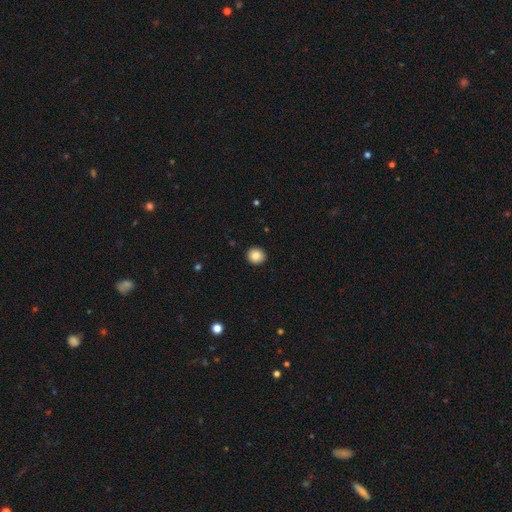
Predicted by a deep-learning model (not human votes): The model was most divided on "how rounded": round: 86%, in between: 13%, cigar-shaped: 1%. More confident: merging — none (92%); smooth or featured — smooth (86%).